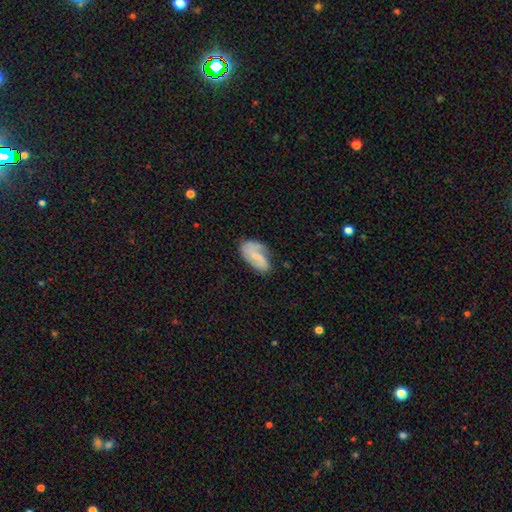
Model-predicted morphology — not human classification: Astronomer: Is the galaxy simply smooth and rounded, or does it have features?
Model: featured or disk — 57% (runner-up: smooth, 36%).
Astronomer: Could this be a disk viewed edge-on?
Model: no — 96%.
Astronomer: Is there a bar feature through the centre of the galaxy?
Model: weak — 46% (runner-up: no, 38%).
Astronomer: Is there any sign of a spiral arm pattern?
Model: yes — 88%.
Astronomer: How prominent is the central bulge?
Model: small — 47% (runner-up: none, 29%).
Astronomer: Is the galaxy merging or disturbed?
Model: none — 64%.